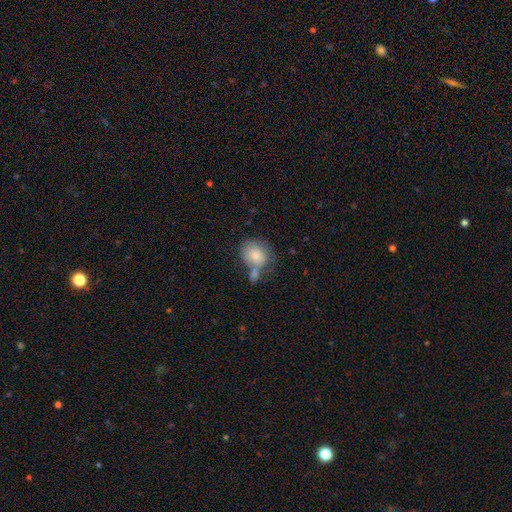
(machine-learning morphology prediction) This appears to be a smooth galaxy with no disk features (79%) that is round (63%). Merging: none (39%).